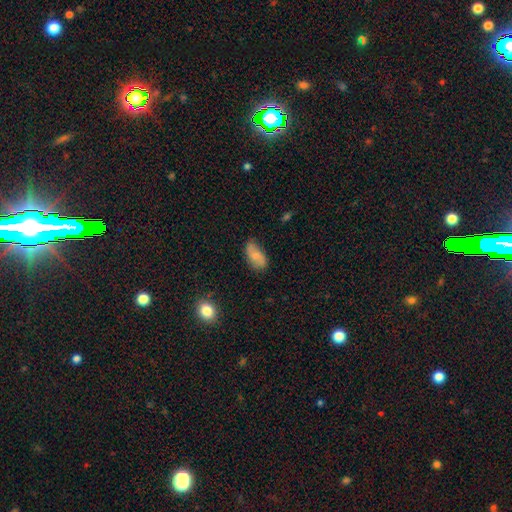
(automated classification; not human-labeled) Morphology: type=smooth (73%); roundness=in between (91%); merging=none (71%).